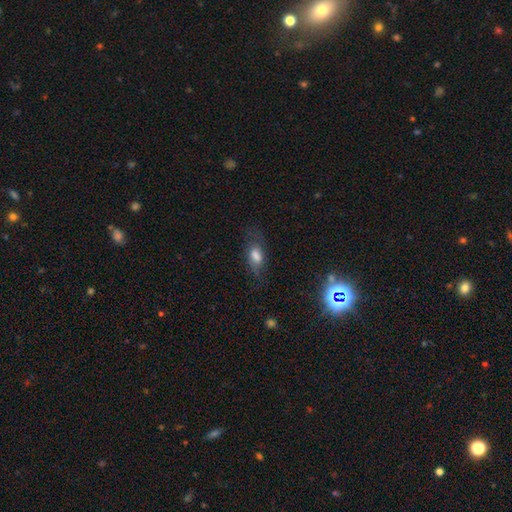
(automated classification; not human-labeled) smooth_or_featured: smooth (p=0.59) [alt: featured or disk p=0.26]
how_rounded: in between (p=0.77) [alt: cigar-shaped p=0.15]
merging: none (p=0.64) [alt: minor disturbance p=0.21]